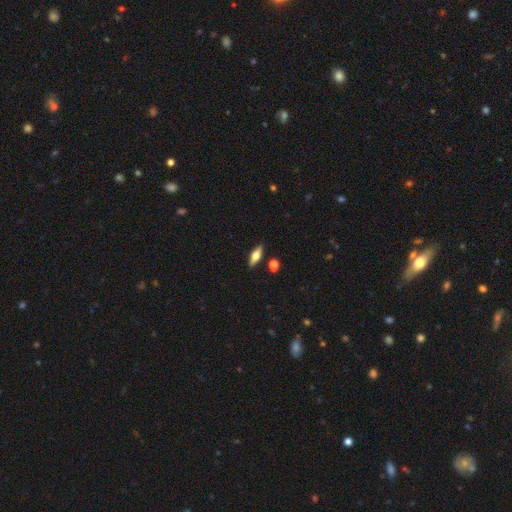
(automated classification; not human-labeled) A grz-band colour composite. It shows a smooth galaxy with no disk features (59%) that is in between round and cigar-shaped (64%). Merging: none (84%).